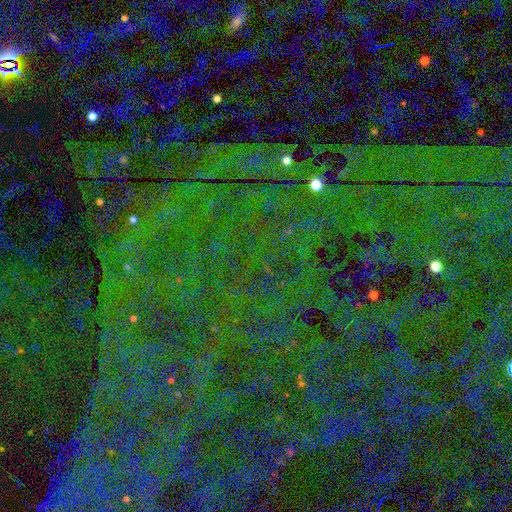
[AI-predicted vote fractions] Smooth or featured?
  - star or artifact: 82% *
  - smooth: 11%
  - featured or disk: 8%